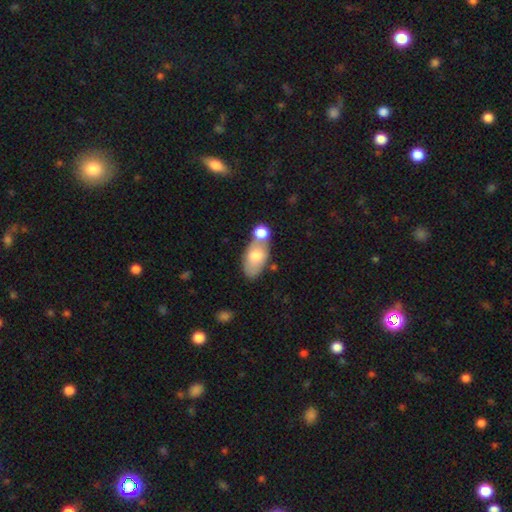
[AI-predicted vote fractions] smooth_or_featured: smooth (p=0.70) [alt: featured or disk p=0.23]
how_rounded: in between (p=0.91) [alt: round p=0.06]
merging: none (p=0.41) [alt: merger p=0.39]